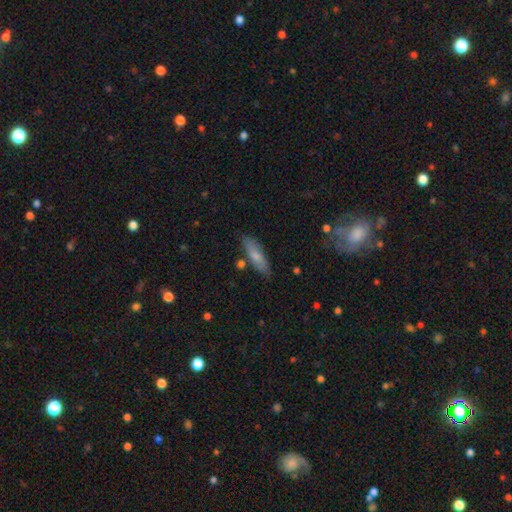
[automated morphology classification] Smooth or featured: smooth — 71% (featured or disk — 22%)
How rounded: cigar-shaped — 58% (in between — 40%)
Merging: none — 78% (minor disturbance — 14%)